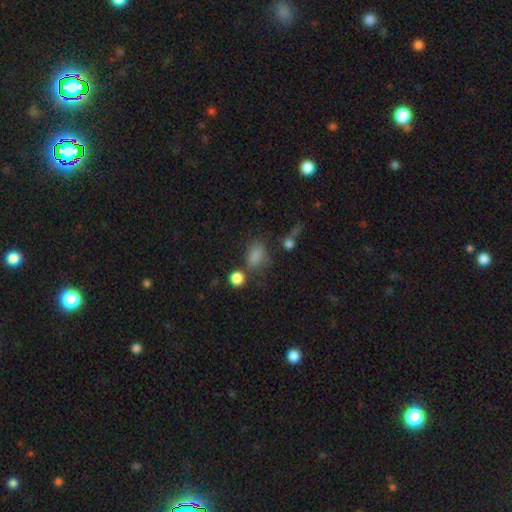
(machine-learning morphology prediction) Smooth or featured? smooth (77%)
How rounded? in between (69%)
Merging? none (51%)